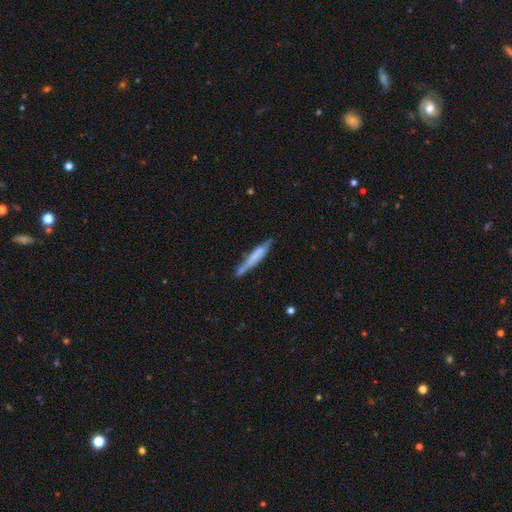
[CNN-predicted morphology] A smooth galaxy with no disk features (53%) that is cigar-shaped (92%).

Vote fractions:
- Smooth or featured? smooth: 53% / featured or disk: 41% / star or artifact: 6%
- How rounded? cigar-shaped: 92% / in between: 7% / round: 1%
- Merging? none: 60% / minor disturbance: 22% / merger: 12% / major disturbance: 6%